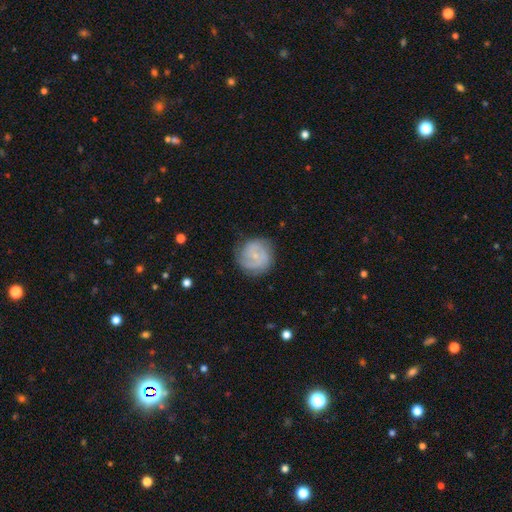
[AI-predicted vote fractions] Smooth or featured: featured or disk — 56% (smooth — 37%)
Edge-on disk: no — 98% (yes — 2%)
Bar: no — 67% (weak — 28%)
Spiral arms: yes — 80% (no — 20%)
Bulge size: small — 74% (moderate — 18%)
Merging: none — 75% (minor disturbance — 18%)